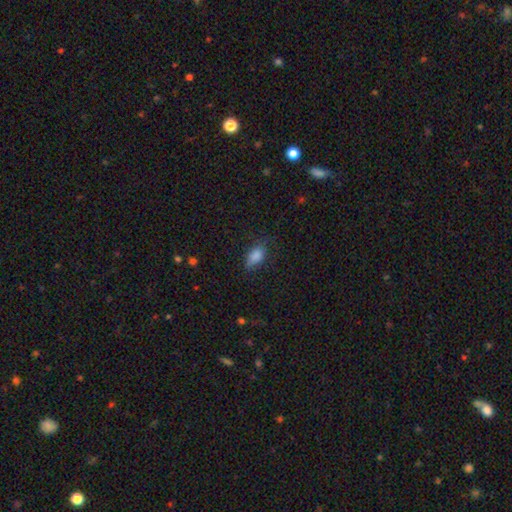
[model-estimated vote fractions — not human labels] The model was most divided on "merging": none: 66%, minor disturbance: 25%, major disturbance: 8%, merger: 2%. More confident: how rounded — in between (86%); smooth or featured — smooth (82%).